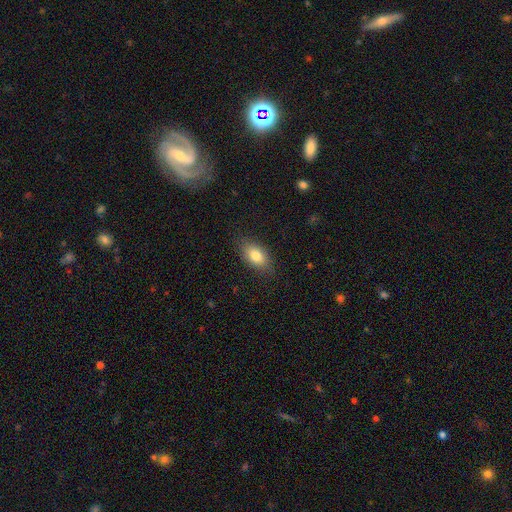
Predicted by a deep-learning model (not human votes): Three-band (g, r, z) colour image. It shows a smooth galaxy with no disk features (81%) that is in between round and cigar-shaped (89%). Merging: none (82%).